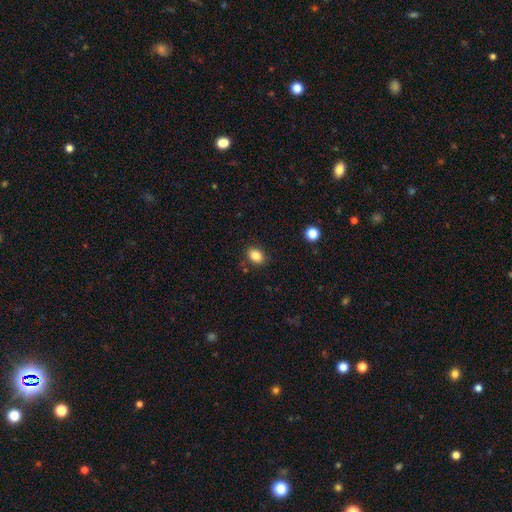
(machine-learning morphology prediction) Smooth or featured?
  - smooth: 84% *
  - star or artifact: 10%
  - featured or disk: 6%
How rounded?
  - in between: 69% *
  - round: 30%
  - cigar-shaped: 1%
Merging?
  - none: 84% *
  - minor disturbance: 11%
  - major disturbance: 3%
  - merger: 2%